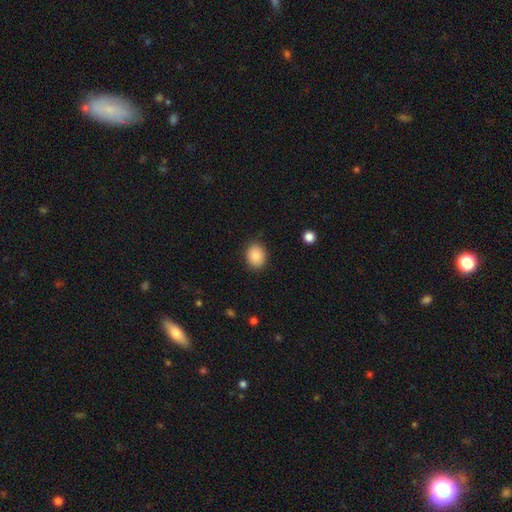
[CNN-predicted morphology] A smooth galaxy with no disk features (87%) that is round (56%).

Vote fractions:
- Smooth or featured? smooth: 87% / star or artifact: 8% / featured or disk: 5%
- How rounded? round: 56% / in between: 43% / cigar-shaped: 1%
- Merging? none: 87% / minor disturbance: 9% / major disturbance: 3% / merger: 1%